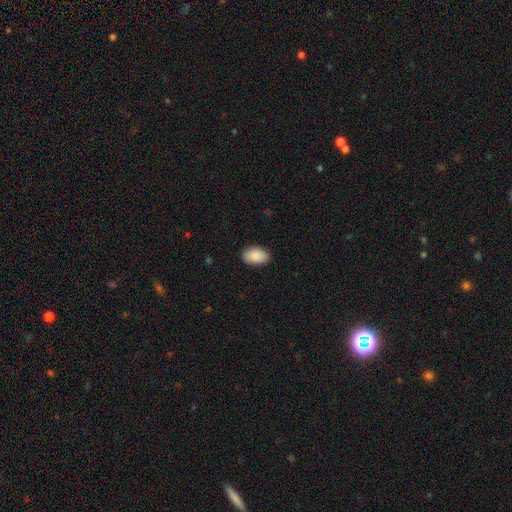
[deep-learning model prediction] Overall: smooth (89%). How rounded: in between (91%). Merging: none (86%).